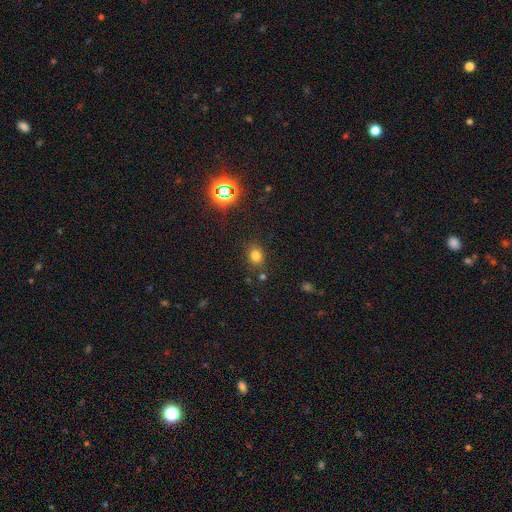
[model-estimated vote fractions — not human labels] smooth-or-featured: smooth: 74% | star or artifact: 19% | featured or disk: 7%
  how-rounded: round: 58% | in between: 41% | cigar-shaped: 1%
  merging: none: 79% | minor disturbance: 12% | merger: 4% | major disturbance: 4%